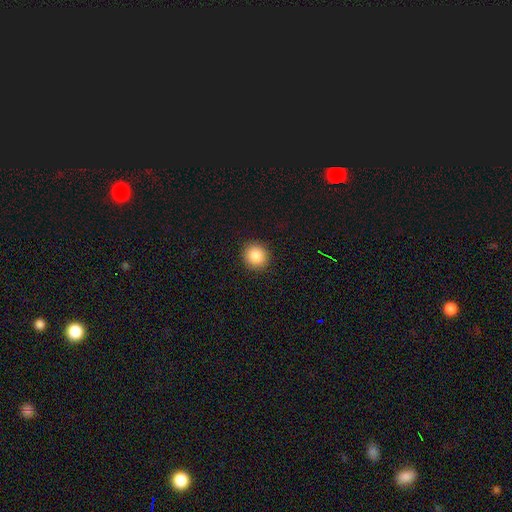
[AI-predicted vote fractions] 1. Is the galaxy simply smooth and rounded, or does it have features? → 87% smooth, 9% star or artifact, 4% featured or disk.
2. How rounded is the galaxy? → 92% round, 7% in between, 1% cigar-shaped.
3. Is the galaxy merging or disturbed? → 92% none, 5% minor disturbance, 2% major disturbance, 1% merger.